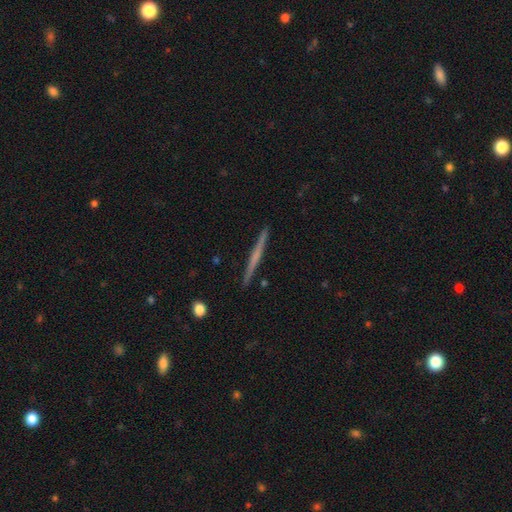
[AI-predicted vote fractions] Smooth or featured? Predicted: featured or disk (p=0.59). Edge-on disk? Predicted: yes (p=0.98). Edge-on bulge? Predicted: none (p=0.73). Merging? Predicted: none (p=0.93).